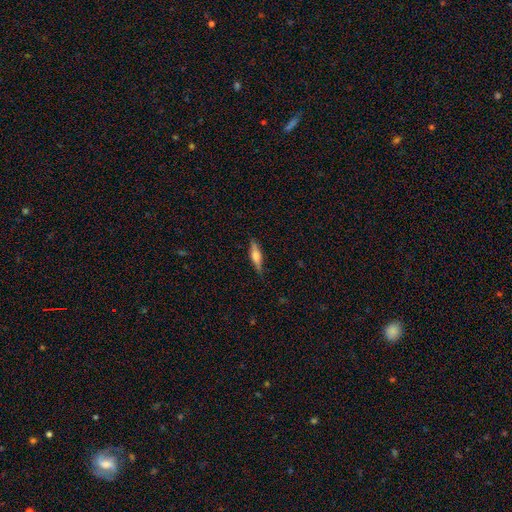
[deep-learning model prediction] A smooth galaxy with no disk features (49%). Merging: none (84%).